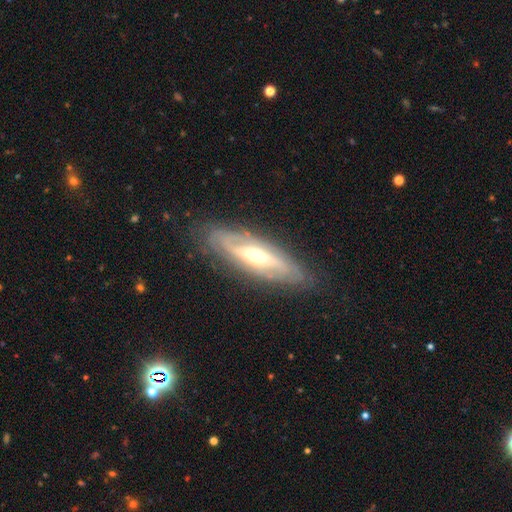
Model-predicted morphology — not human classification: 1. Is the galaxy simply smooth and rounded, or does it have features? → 77% featured or disk, 16% smooth, 6% star or artifact.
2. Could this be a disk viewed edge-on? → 65% no, 35% yes.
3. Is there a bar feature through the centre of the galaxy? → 37% no, 35% weak, 28% strong.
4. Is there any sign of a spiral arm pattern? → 75% yes, 25% no.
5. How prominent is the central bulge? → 66% moderate, 21% small, 11% large, 1% dominant, 1% none.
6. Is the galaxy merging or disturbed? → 81% none, 13% minor disturbance, 4% major disturbance, 1% merger.